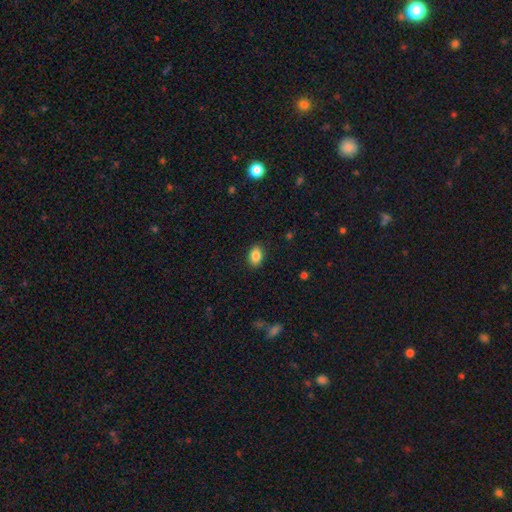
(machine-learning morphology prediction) smooth_or_featured: smooth (p=0.86) [alt: star or artifact p=0.08]
how_rounded: in between (p=0.86) [alt: round p=0.12]
merging: none (p=0.88) [alt: minor disturbance p=0.08]